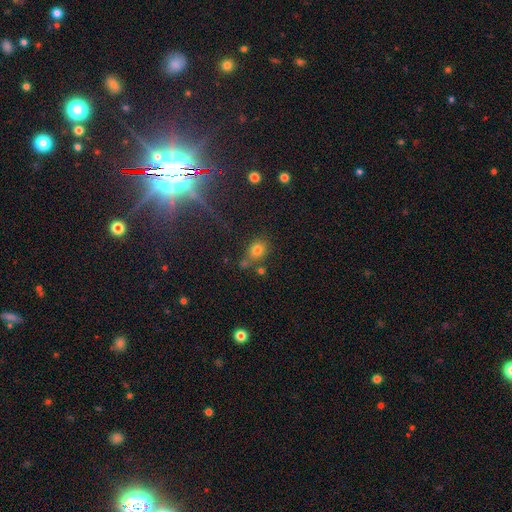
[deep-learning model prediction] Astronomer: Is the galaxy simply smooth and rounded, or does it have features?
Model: smooth — 60%.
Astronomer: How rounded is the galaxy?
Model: round — 58% (runner-up: in between, 40%).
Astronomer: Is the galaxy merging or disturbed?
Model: none — 69%.